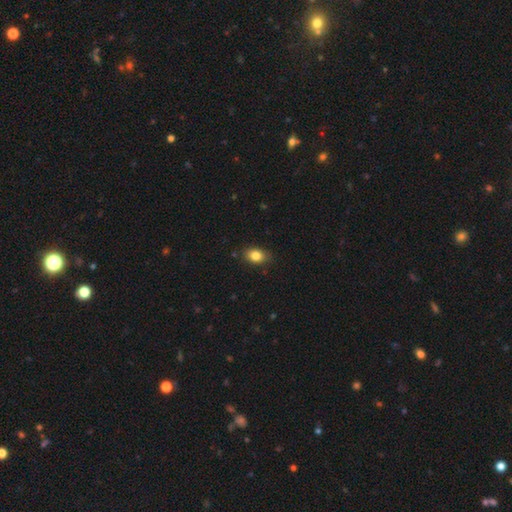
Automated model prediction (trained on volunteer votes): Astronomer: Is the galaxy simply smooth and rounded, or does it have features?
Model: smooth — 83%.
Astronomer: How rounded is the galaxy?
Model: in between — 76%.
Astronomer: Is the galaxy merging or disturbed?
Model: none — 83%.